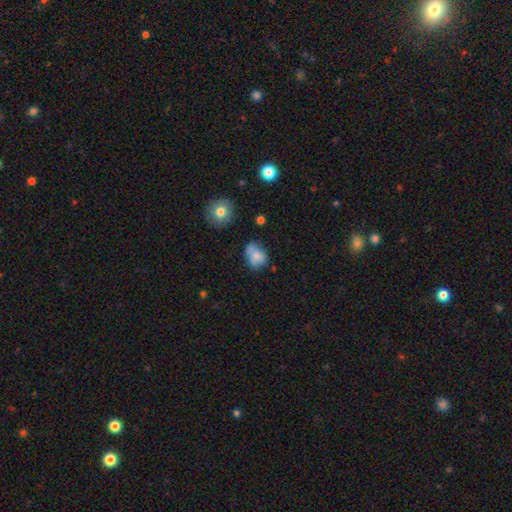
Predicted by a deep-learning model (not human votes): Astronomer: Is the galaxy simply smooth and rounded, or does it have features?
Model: smooth — 72%.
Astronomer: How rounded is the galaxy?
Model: in between — 64%.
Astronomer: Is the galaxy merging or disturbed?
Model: none — 46% (runner-up: minor disturbance, 33%).